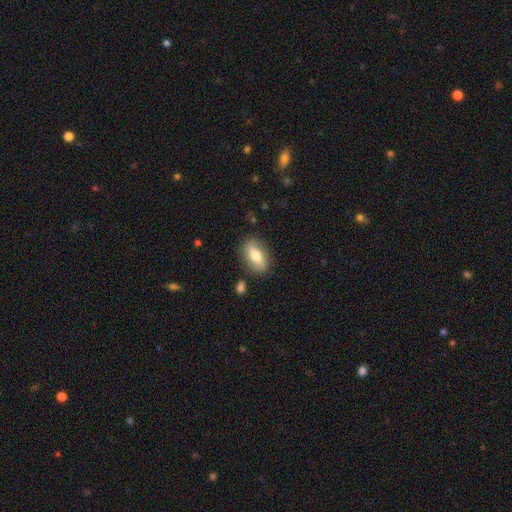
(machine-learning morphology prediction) smooth_or_featured: smooth (p=0.59) [alt: featured or disk p=0.35]
how_rounded: in between (p=0.79) [alt: cigar-shaped p=0.12]
merging: none (p=0.84) [alt: minor disturbance p=0.10]